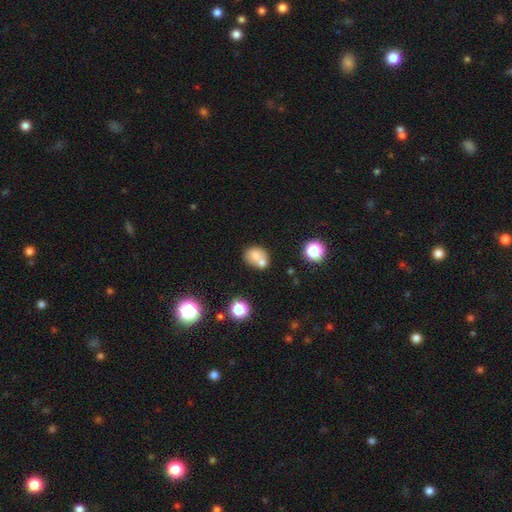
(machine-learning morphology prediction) Q: Smooth or featured?
A: smooth (71%); runner-up: featured or disk (18%)
Q: How rounded?
A: round (64%); runner-up: in between (35%)
Q: Merging?
A: merger (48%); runner-up: none (37%)